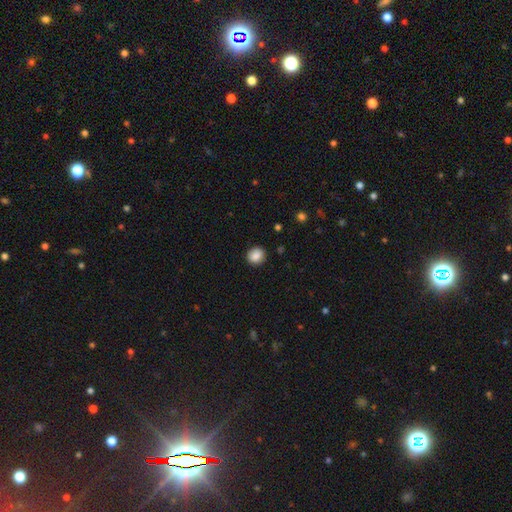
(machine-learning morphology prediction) The model was most divided on "how rounded": round: 85%, in between: 15%, cigar-shaped: 1%. More confident: merging — none (88%); smooth or featured — smooth (86%).